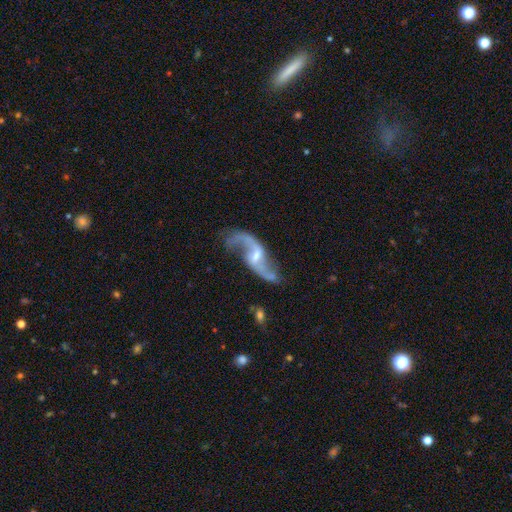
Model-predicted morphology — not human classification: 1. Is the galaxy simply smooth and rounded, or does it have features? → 90% featured or disk, 5% star or artifact, 5% smooth.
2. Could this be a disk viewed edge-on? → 95% no, 5% yes.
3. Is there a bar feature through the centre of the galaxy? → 49% weak, 32% no, 20% strong.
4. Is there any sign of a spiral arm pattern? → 96% yes, 4% no.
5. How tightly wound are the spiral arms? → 86% loose, 11% medium, 3% tight.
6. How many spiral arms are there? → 93% 2, 2% 1, 2% can't tell, 1% 3, 1% 4, 1% more than 4.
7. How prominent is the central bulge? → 53% small, 36% moderate, 8% none, 2% large, 1% dominant.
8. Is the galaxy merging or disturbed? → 69% none, 17% minor disturbance, 11% major disturbance, 4% merger.